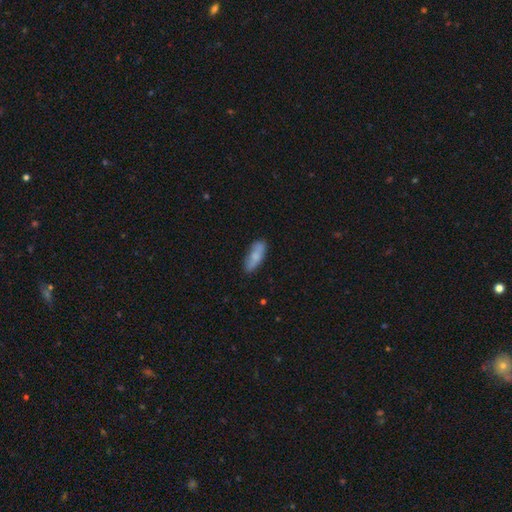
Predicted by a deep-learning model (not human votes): smooth_or_featured: smooth (p=0.76) [alt: featured or disk p=0.18]
how_rounded: in between (p=0.57) [alt: cigar-shaped p=0.40]
merging: none (p=0.75) [alt: minor disturbance p=0.18]